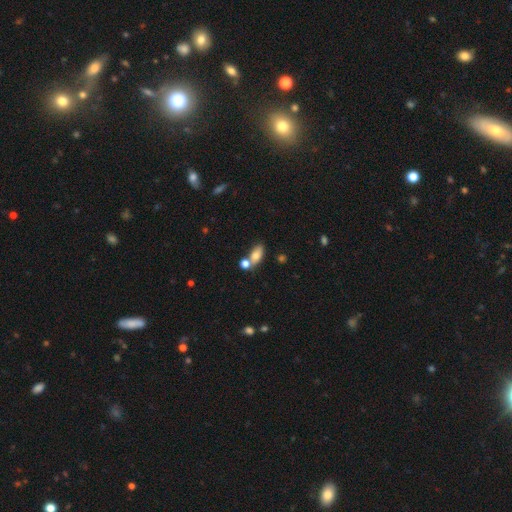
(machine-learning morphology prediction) Smooth or featured: smooth — 76% (featured or disk — 15%)
How rounded: in between — 84% (round — 9%)
Merging: none — 51% (merger — 32%)